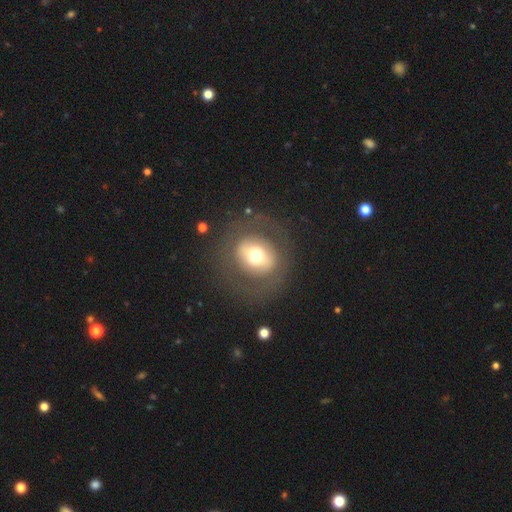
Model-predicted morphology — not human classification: Overall: smooth (54%; featured or disk 36%). How rounded: round (81%). Merging: none (80%).